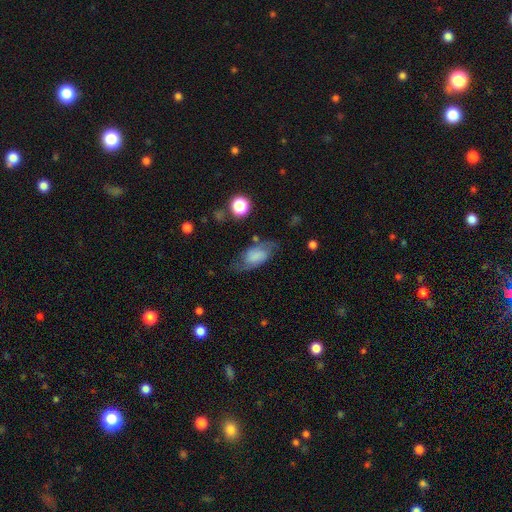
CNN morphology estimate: A smooth galaxy with no disk features (48%).

Vote fractions:
- Smooth or featured? smooth: 48% / featured or disk: 42% / star or artifact: 10%
- Merging? none: 58% / minor disturbance: 25% / major disturbance: 14% / merger: 3%